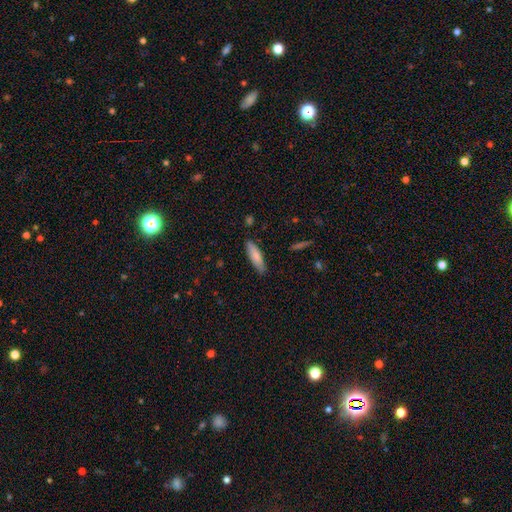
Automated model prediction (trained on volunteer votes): The model was most divided on "how rounded": cigar-shaped: 61%, in between: 38%, round: 1%. More confident: merging — none (82%); smooth or featured — smooth (80%).